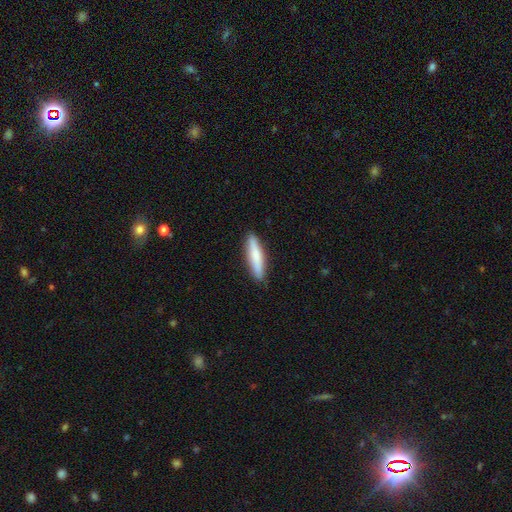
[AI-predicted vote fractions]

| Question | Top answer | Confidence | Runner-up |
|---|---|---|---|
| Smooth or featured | smooth | 73% | featured or disk (21%) |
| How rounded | cigar-shaped | 83% | in between (16%) |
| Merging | none | 89% | minor disturbance (8%) |